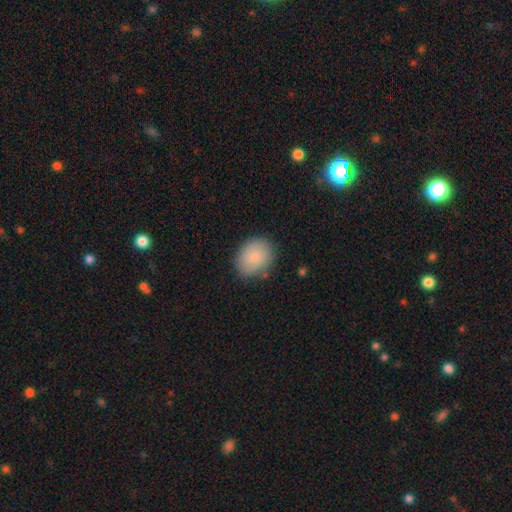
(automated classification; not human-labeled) A smooth galaxy with no disk features (83%) that is round (54%).

Vote fractions:
- Smooth or featured? smooth: 83% / featured or disk: 10% / star or artifact: 7%
- How rounded? round: 54% / in between: 45% / cigar-shaped: 1%
- Merging? none: 82% / minor disturbance: 13% / major disturbance: 3% / merger: 2%